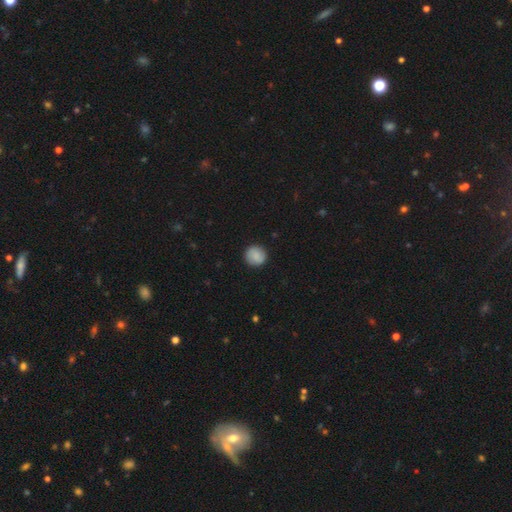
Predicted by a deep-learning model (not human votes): smooth-or-featured: smooth: 86% | featured or disk: 7% | star or artifact: 7%
  how-rounded: round: 92% | in between: 7% | cigar-shaped: 1%
  merging: none: 91% | minor disturbance: 7% | major disturbance: 2% | merger: 1%